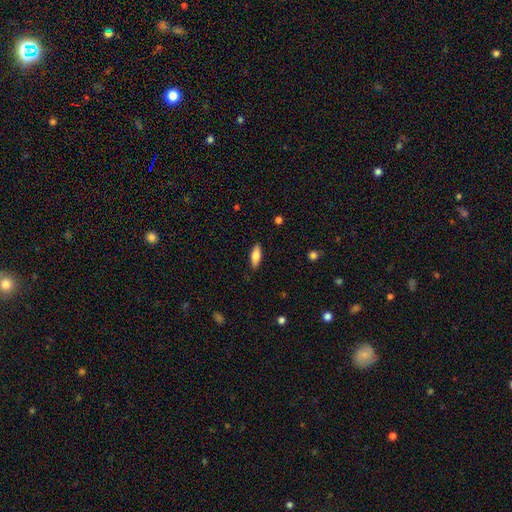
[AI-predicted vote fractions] Overall: smooth (78%). How rounded: in between (69%). Merging: none (87%).